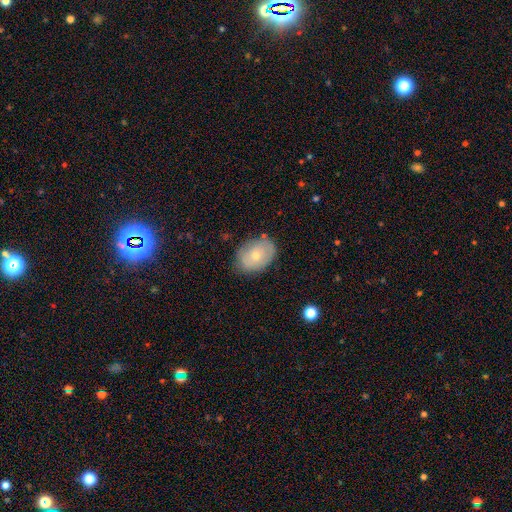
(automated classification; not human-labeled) Smooth or featured?
  - smooth: 65% *
  - featured or disk: 28%
  - star or artifact: 7%
How rounded?
  - in between: 76% *
  - round: 23%
  - cigar-shaped: 1%
Merging?
  - none: 76% *
  - minor disturbance: 18%
  - major disturbance: 4%
  - merger: 2%